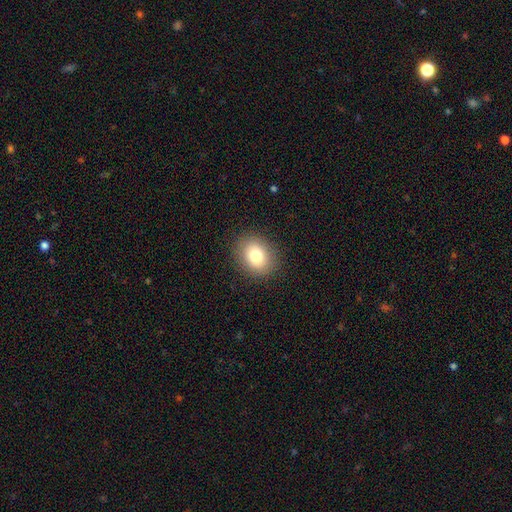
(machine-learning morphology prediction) The model was most divided on "how rounded": round: 54%, in between: 45%, cigar-shaped: 1%. More confident: merging — none (88%); smooth or featured — smooth (78%).